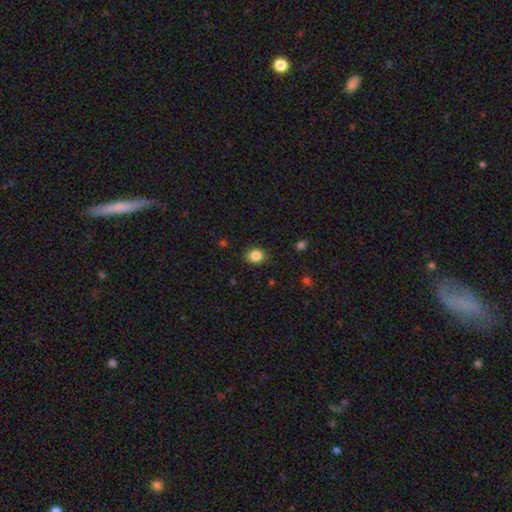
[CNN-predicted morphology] A smooth galaxy with no disk features (85%) that is round (56%). Merging: none (85%).